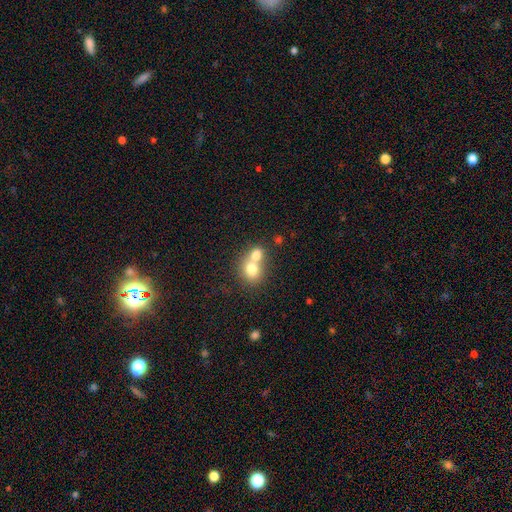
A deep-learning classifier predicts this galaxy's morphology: Smooth or featured?
  - smooth: 74% *
  - featured or disk: 17%
  - star or artifact: 10%
How rounded?
  - round: 64% *
  - in between: 35%
  - cigar-shaped: 1%
Merging?
  - merger: 68% *
  - none: 25%
  - minor disturbance: 5%
  - major disturbance: 2%